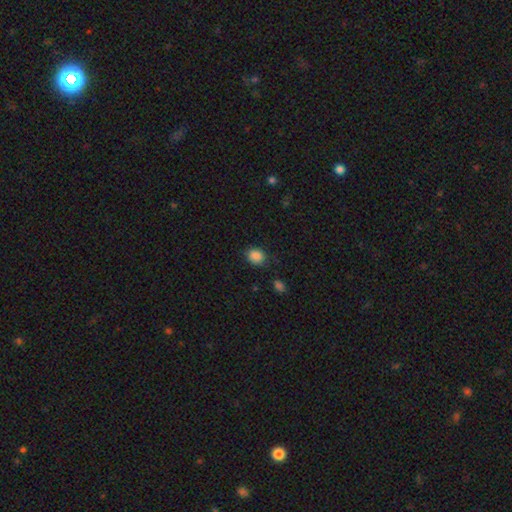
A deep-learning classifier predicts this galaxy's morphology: The model was most divided on "how rounded": round: 59%, in between: 40%, cigar-shaped: 1%. More confident: smooth or featured — smooth (86%); merging — none (82%).